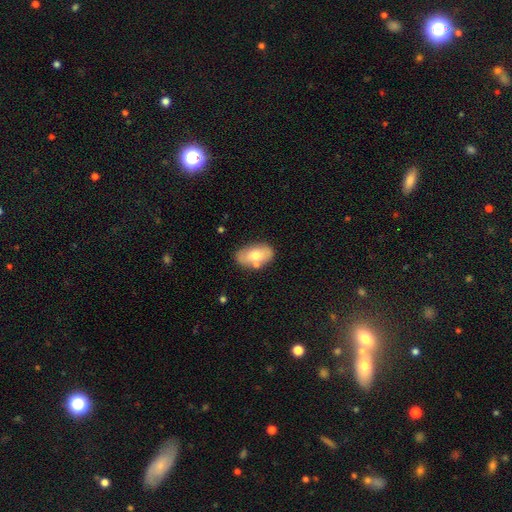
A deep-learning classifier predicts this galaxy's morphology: smooth_or_featured: smooth (p=0.65) [alt: featured or disk p=0.28]
how_rounded: in between (p=0.92) [alt: round p=0.07]
merging: none (p=0.68) [alt: minor disturbance p=0.17]